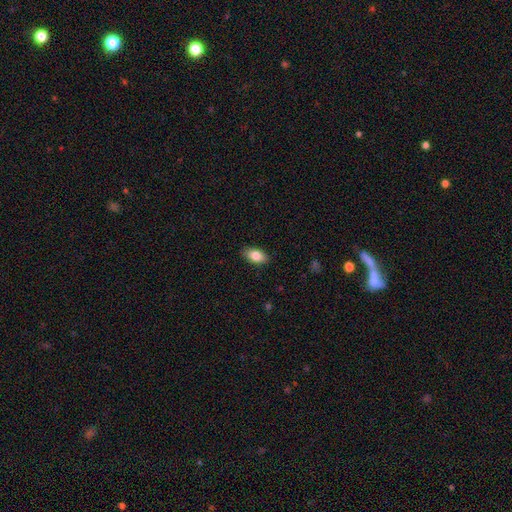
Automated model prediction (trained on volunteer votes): smooth_or_featured: smooth (p=0.85) [alt: featured or disk p=0.08]
how_rounded: in between (p=0.92) [alt: round p=0.05]
merging: none (p=0.87) [alt: minor disturbance p=0.10]